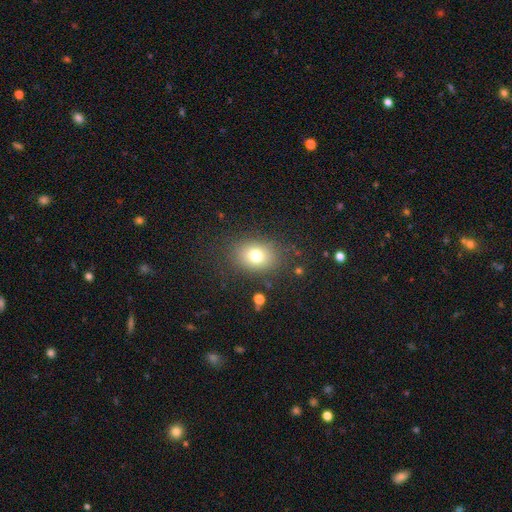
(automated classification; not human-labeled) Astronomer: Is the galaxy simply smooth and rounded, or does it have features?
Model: smooth — 76%.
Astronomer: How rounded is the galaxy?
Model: in between — 61% (runner-up: round, 38%).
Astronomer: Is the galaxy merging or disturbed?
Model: none — 82%.